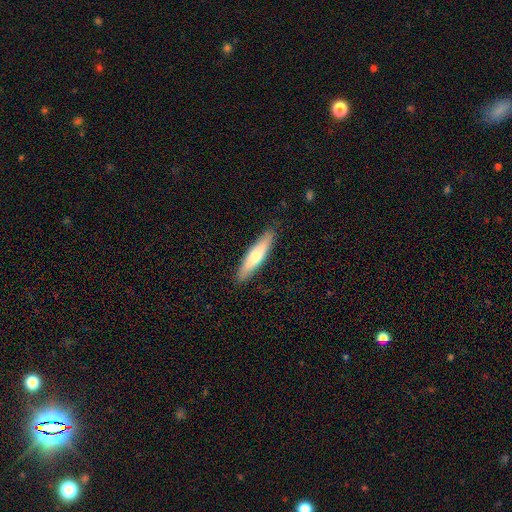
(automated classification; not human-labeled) Morphology: type=smooth (62%); roundness=cigar-shaped (82%); merging=none (88%).